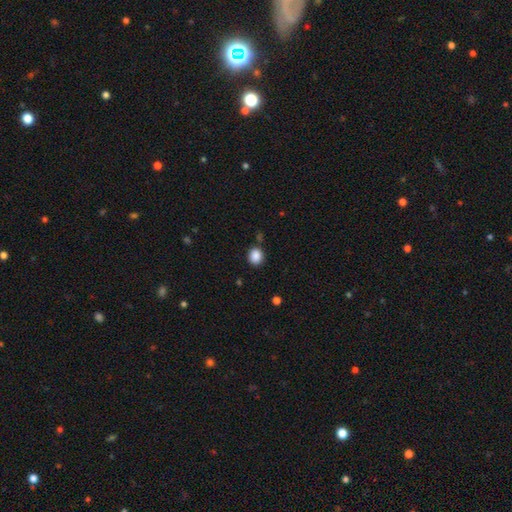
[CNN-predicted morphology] smooth-or-featured: smooth: 88% | star or artifact: 9% | featured or disk: 3%
  how-rounded: round: 74% | in between: 26% | cigar-shaped: 1%
  merging: none: 83% | minor disturbance: 11% | merger: 3% | major disturbance: 3%